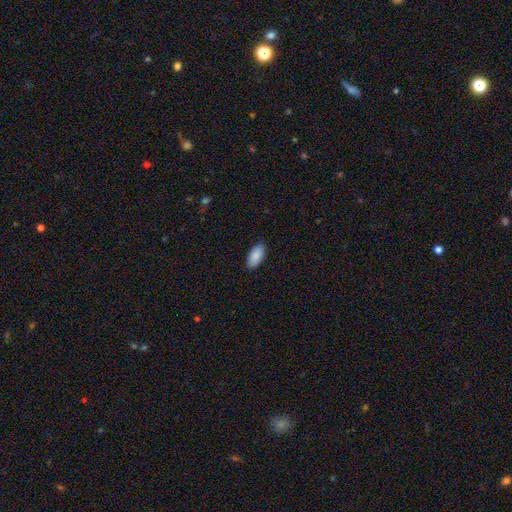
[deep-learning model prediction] A smooth galaxy with no disk features (89%) that is in between round and cigar-shaped (94%).

Vote fractions:
- Smooth or featured? smooth: 89% / star or artifact: 6% / featured or disk: 5%
- How rounded? in between: 94% / cigar-shaped: 4% / round: 2%
- Merging? none: 89% / minor disturbance: 8% / major disturbance: 2% / merger: 1%